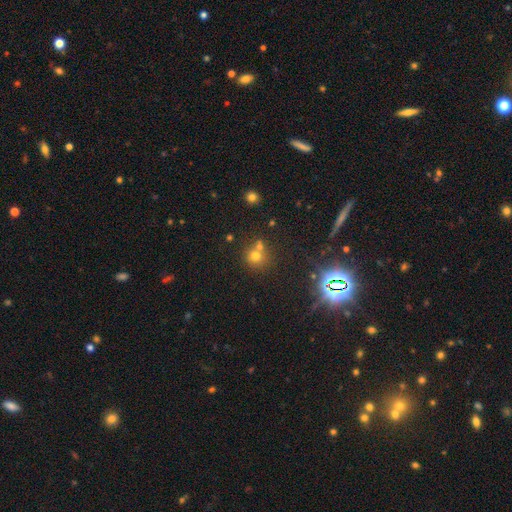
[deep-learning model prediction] The model was most divided on "merging": none: 56%, merger: 32%, minor disturbance: 9%, major disturbance: 3%. More confident: how rounded — round (88%); smooth or featured — smooth (67%).